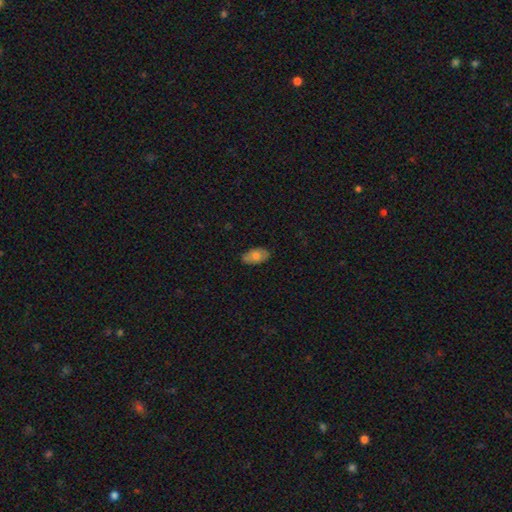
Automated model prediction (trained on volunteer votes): This appears to be a smooth galaxy with no disk features (73%) that is in between round and cigar-shaped (93%). Merging: none (81%).